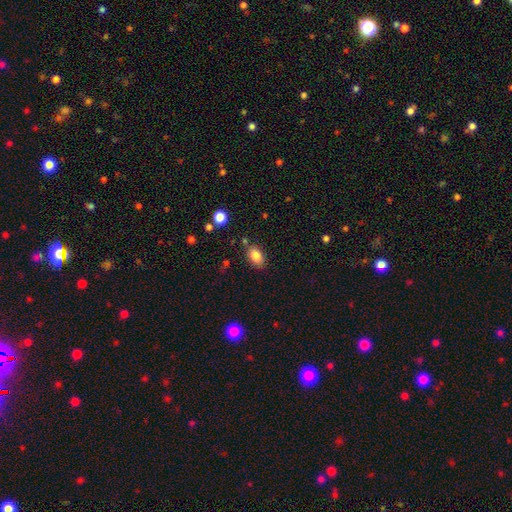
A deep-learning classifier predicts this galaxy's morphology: This is clearly a smooth galaxy (85%). How rounded: clearly in between (85%). Merging: likely none (79%).